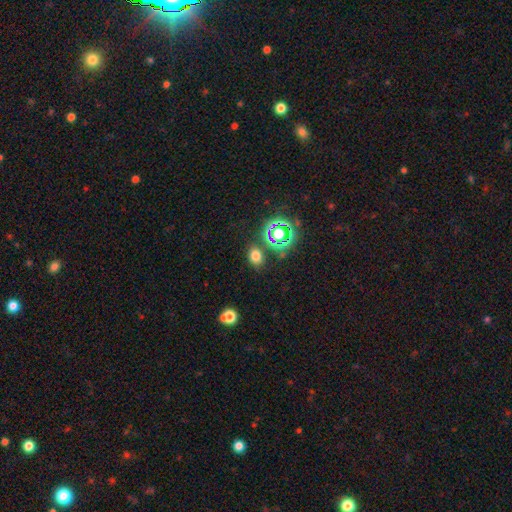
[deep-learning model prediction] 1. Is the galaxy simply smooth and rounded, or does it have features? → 69% smooth, 24% star or artifact, 7% featured or disk.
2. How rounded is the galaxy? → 59% in between, 39% round, 1% cigar-shaped.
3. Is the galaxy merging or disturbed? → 81% none, 10% minor disturbance, 5% merger, 3% major disturbance.